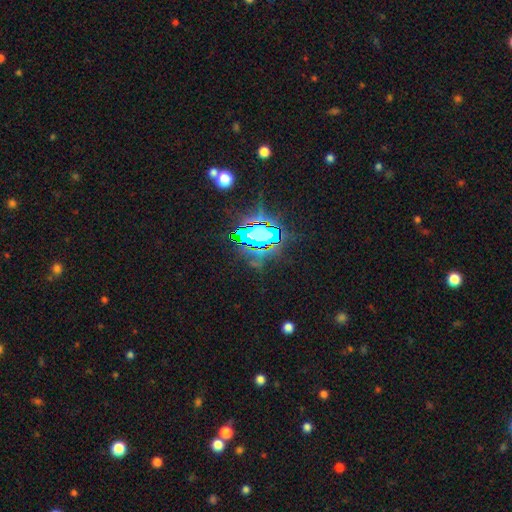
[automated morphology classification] Smooth or featured? Predicted: star or artifact (p=0.84).